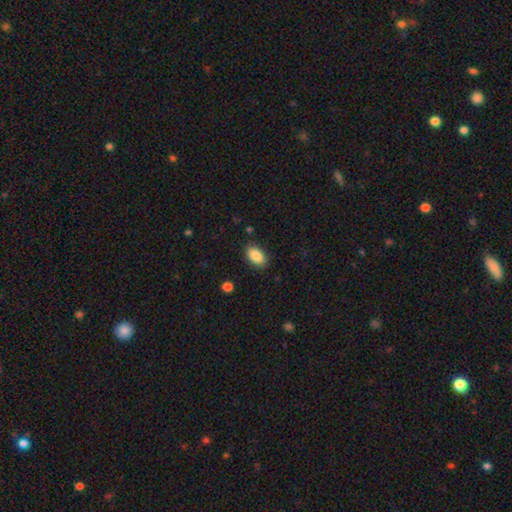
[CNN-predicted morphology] A smooth galaxy with no disk features (87%) that is in between round and cigar-shaped (92%).

Vote fractions:
- Smooth or featured? smooth: 87% / star or artifact: 7% / featured or disk: 6%
- How rounded? in between: 92% / round: 7% / cigar-shaped: 2%
- Merging? none: 85% / minor disturbance: 11% / major disturbance: 3% / merger: 1%